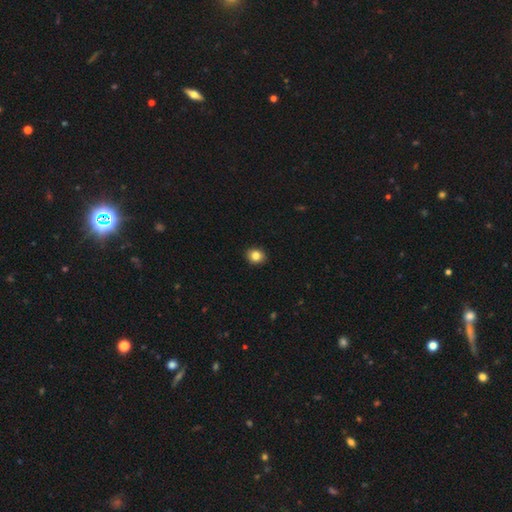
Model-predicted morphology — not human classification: This appears to be a smooth galaxy with no disk features (84%) that is round (64%). Merging: none (91%).